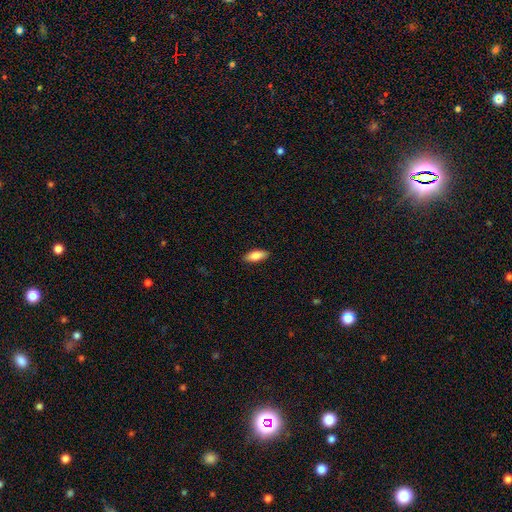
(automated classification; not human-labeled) Morphology: type=smooth (85%); roundness=in between (75%); merging=none (89%).